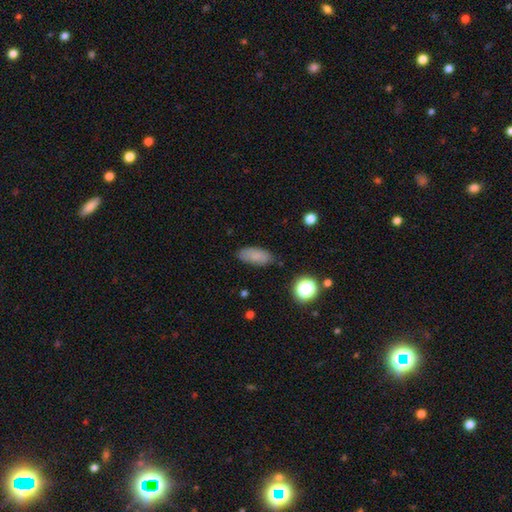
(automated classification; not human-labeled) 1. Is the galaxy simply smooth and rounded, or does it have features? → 80% smooth, 10% featured or disk, 9% star or artifact.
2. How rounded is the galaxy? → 87% in between, 9% cigar-shaped, 4% round.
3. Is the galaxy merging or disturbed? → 82% none, 13% minor disturbance, 3% major disturbance, 2% merger.